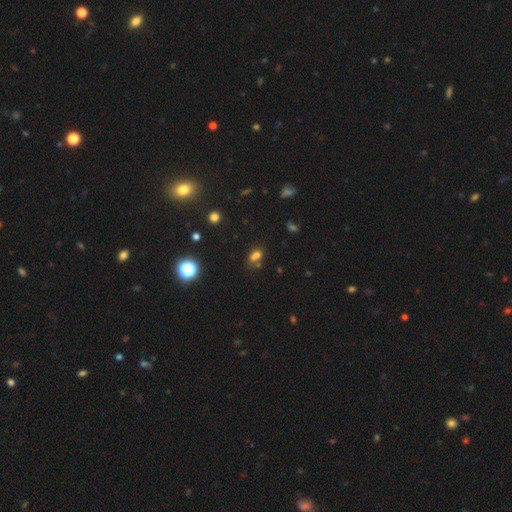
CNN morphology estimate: Smooth or featured? smooth (62%)
How rounded? in between (59%)
Merging? none (43%)